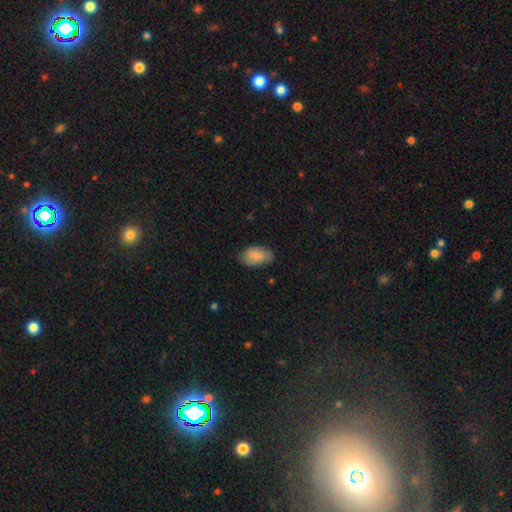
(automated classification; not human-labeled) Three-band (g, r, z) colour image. It shows a smooth galaxy with no disk features (83%) that is in between round and cigar-shaped (93%). Merging: none (72%).